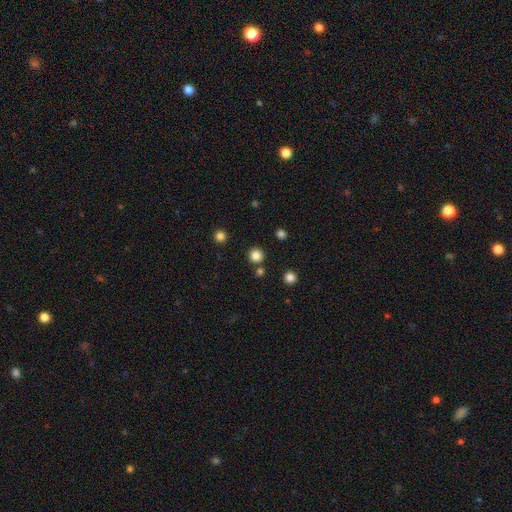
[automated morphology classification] Smooth or featured?
  - smooth: 82% *
  - star or artifact: 14%
  - featured or disk: 4%
How rounded?
  - round: 95% *
  - in between: 4%
  - cigar-shaped: 1%
Merging?
  - none: 86% *
  - merger: 6%
  - minor disturbance: 6%
  - major disturbance: 2%